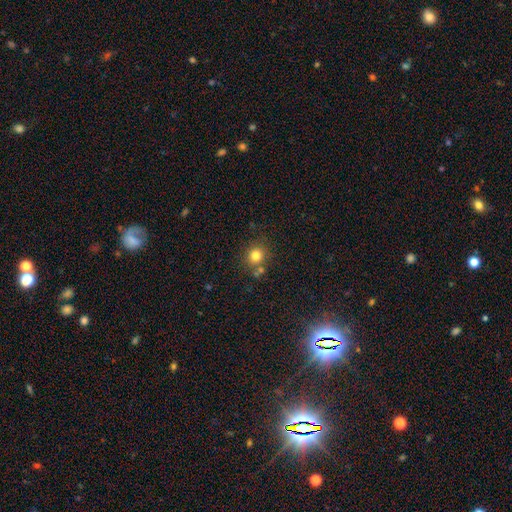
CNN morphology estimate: smooth_or_featured: smooth (p=0.79) [alt: star or artifact p=0.13]
how_rounded: round (p=0.87) [alt: in between p=0.12]
merging: none (p=0.72) [alt: merger p=0.14]